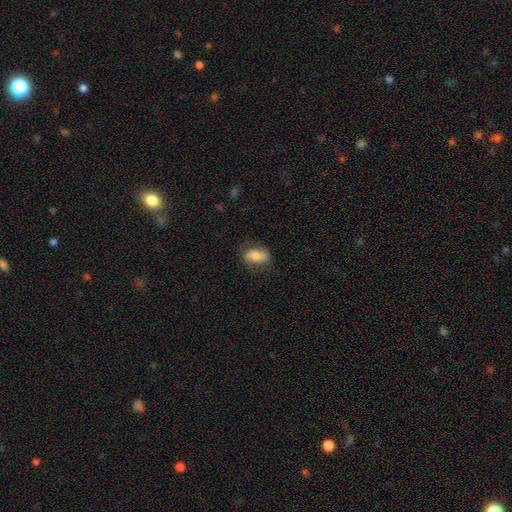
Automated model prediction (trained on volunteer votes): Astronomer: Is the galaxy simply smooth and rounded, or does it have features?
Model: smooth — 70%.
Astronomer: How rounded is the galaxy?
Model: in between — 88%.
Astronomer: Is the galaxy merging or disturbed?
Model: none — 71%.